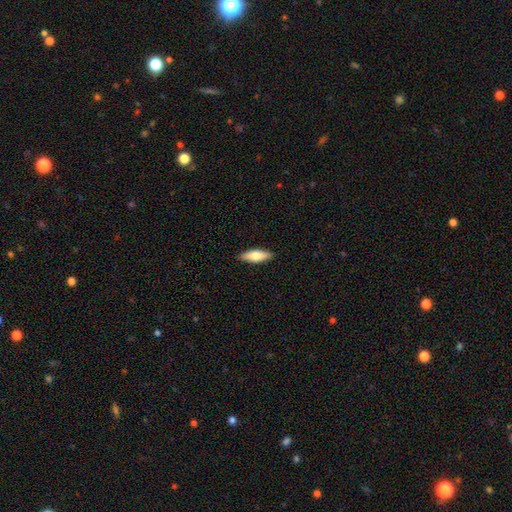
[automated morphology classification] Q: Smooth or featured?
A: smooth (69%); runner-up: featured or disk (25%)
Q: How rounded?
A: in between (59%); runner-up: cigar-shaped (39%)
Q: Merging?
A: none (89%); runner-up: minor disturbance (9%)